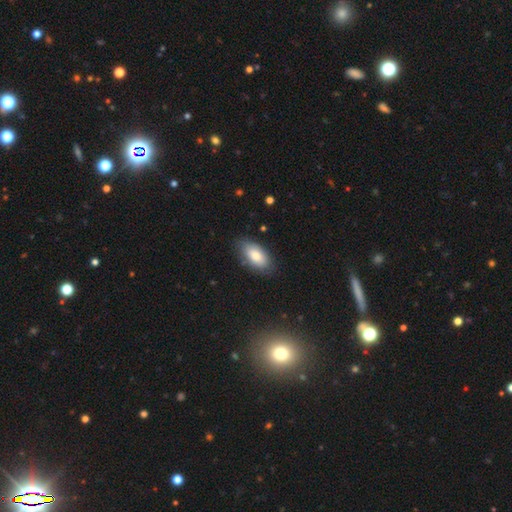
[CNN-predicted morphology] smooth_or_featured: smooth (p=0.80) [alt: featured or disk p=0.14]
how_rounded: in between (p=0.93) [alt: cigar-shaped p=0.04]
merging: none (p=0.80) [alt: minor disturbance p=0.15]